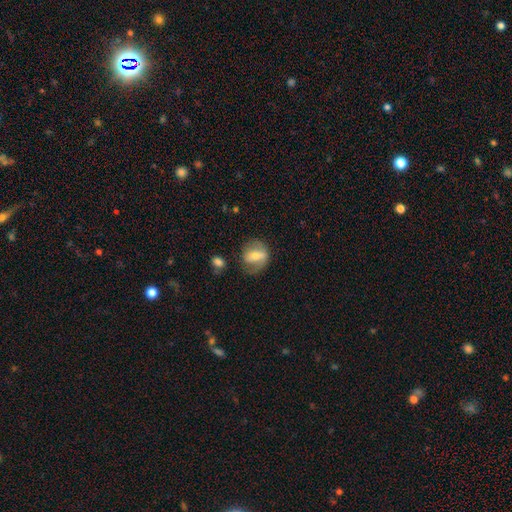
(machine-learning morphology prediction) smooth_or_featured: smooth (p=0.47) [alt: featured or disk p=0.45]
merging: none (p=0.60) [alt: minor disturbance p=0.23]